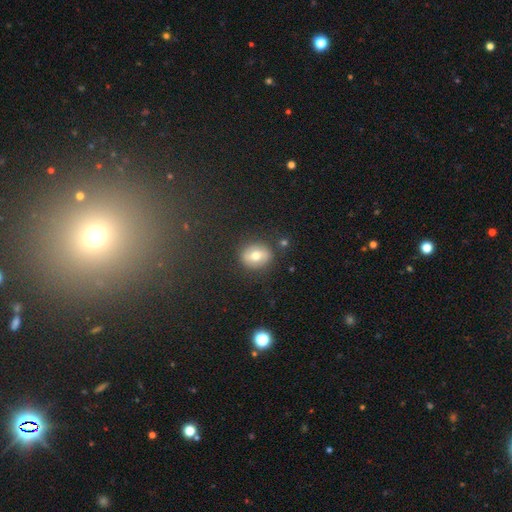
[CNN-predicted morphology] This is likely a smooth galaxy (63%). How rounded: likely round (61%). Merging: clearly none (83%).